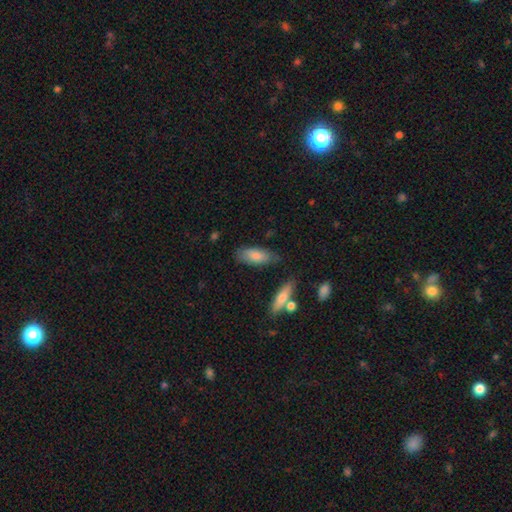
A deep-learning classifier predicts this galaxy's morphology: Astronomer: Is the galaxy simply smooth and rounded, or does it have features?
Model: smooth — 78%.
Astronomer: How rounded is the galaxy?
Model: in between — 75%.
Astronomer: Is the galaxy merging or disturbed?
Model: none — 72%.